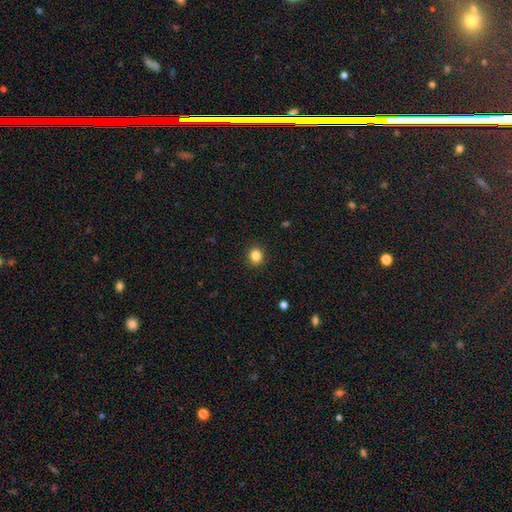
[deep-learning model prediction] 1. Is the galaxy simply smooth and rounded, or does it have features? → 84% smooth, 11% star or artifact, 4% featured or disk.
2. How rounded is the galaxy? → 82% round, 17% in between, 1% cigar-shaped.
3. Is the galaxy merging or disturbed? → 92% none, 6% minor disturbance, 2% major disturbance, 1% merger.